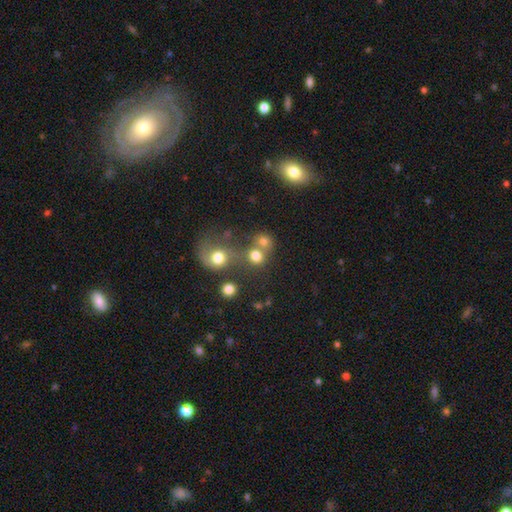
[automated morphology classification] A smooth galaxy with no disk features (74%) that is round (80%). Merging: none (42%, tied with merger).